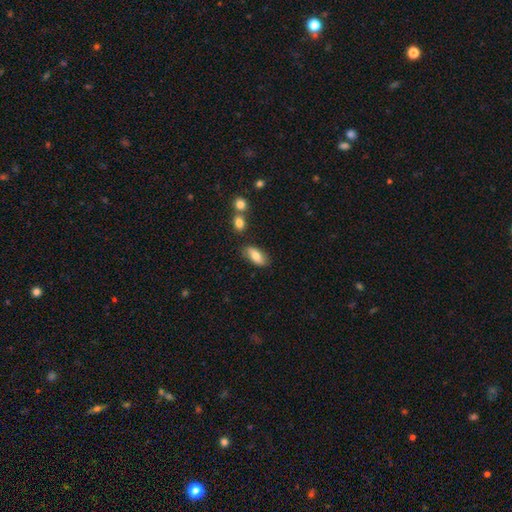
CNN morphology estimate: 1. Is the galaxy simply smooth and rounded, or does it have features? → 77% smooth, 16% featured or disk, 7% star or artifact.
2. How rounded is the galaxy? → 86% in between, 10% cigar-shaped, 3% round.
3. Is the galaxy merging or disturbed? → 79% none, 14% minor disturbance, 4% merger, 3% major disturbance.